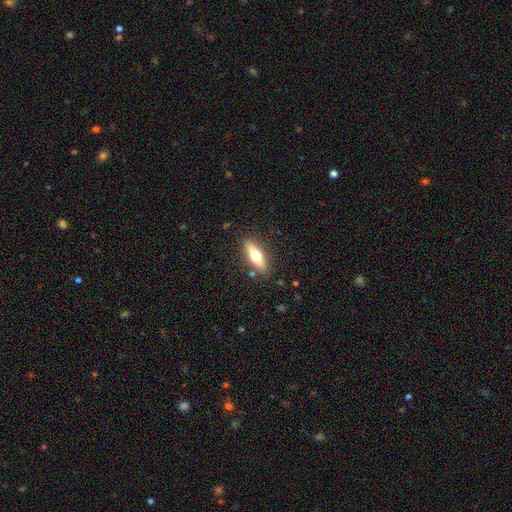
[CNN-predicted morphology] Overall: smooth (50%; featured or disk 44%). Merging: none (86%).